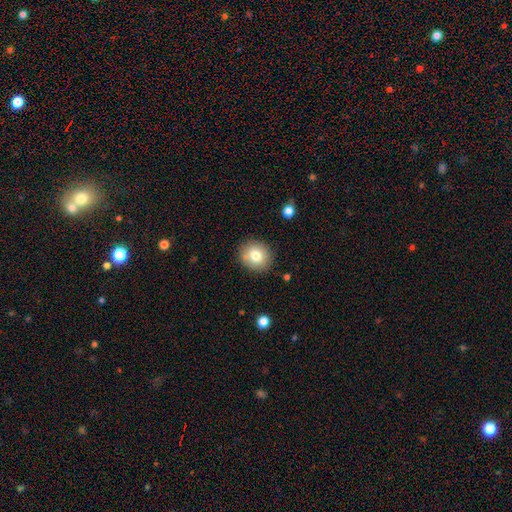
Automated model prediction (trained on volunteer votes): A smooth galaxy with no disk features (78%) that is round (80%).

Vote fractions:
- Smooth or featured? smooth: 78% / featured or disk: 12% / star or artifact: 10%
- How rounded? round: 80% / in between: 19% / cigar-shaped: 1%
- Merging? none: 87% / minor disturbance: 9% / major disturbance: 2% / merger: 2%